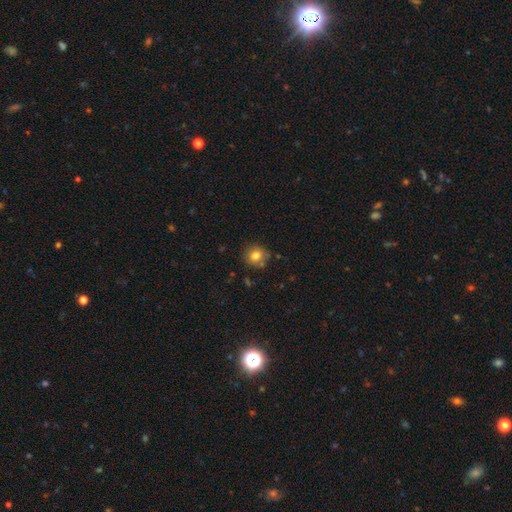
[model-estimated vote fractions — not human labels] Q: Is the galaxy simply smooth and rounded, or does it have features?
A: smooth — 80%.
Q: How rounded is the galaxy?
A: round — 85%.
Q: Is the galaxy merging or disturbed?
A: none — 76%.